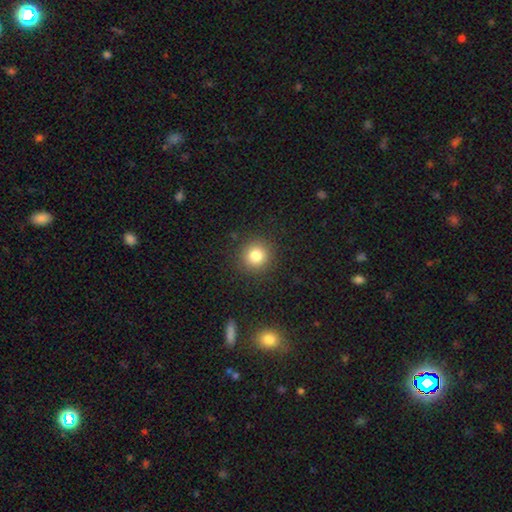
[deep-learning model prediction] This is clearly a smooth galaxy (81%). How rounded: clearly round (92%). Merging: clearly none (90%).